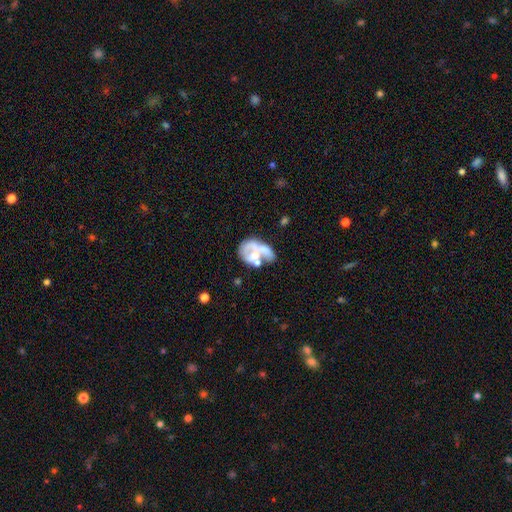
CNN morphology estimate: Smooth or featured? Predicted: featured or disk (p=0.55). Edge-on disk? Predicted: no (p=0.97). Bar? Predicted: no (p=0.85). Spiral arms? Predicted: no (p=0.83). Bulge size? Predicted: moderate (p=0.48). Merging? Predicted: merger (p=0.43).